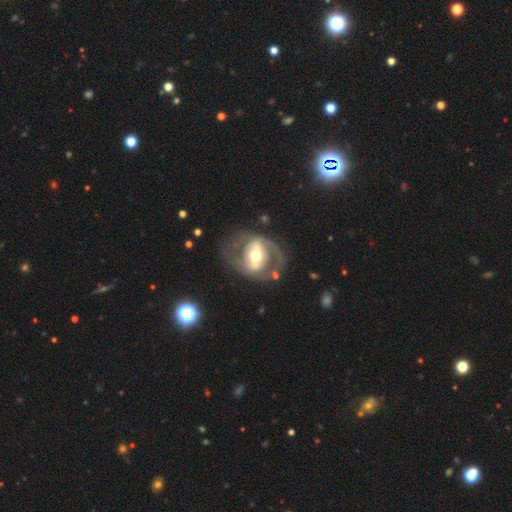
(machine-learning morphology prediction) Q: Smooth or featured?
A: featured or disk (79%); runner-up: smooth (16%)
Q: Edge-on disk?
A: no (95%); runner-up: yes (5%)
Q: Bar?
A: strong (57%); runner-up: weak (26%)
Q: Spiral arms?
A: yes (66%); runner-up: no (34%)
Q: Bulge size?
A: moderate (65%); runner-up: small (18%)
Q: Merging?
A: none (62%); runner-up: major disturbance (18%)